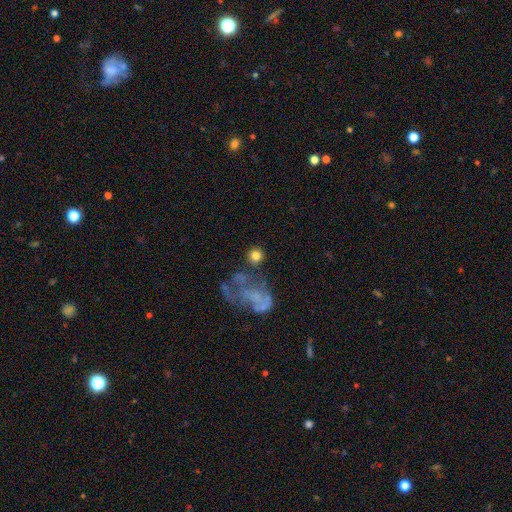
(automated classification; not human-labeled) smooth_or_featured: smooth (p=0.75) [alt: featured or disk p=0.14]
how_rounded: round (p=0.87) [alt: in between p=0.12]
merging: none (p=0.64) [alt: merger p=0.14]